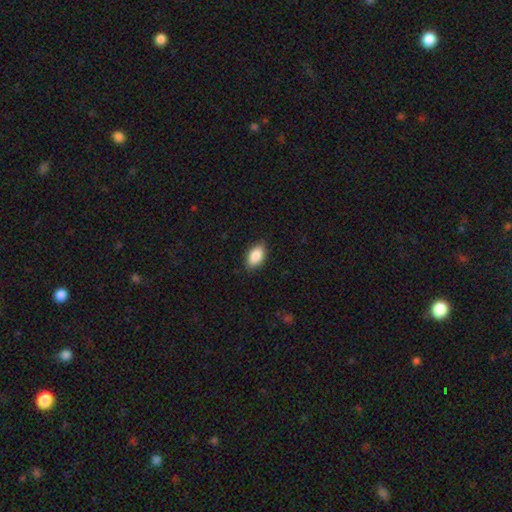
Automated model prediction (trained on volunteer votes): A smooth galaxy with no disk features (87%) that is in between round and cigar-shaped (93%).

Vote fractions:
- Smooth or featured? smooth: 87% / star or artifact: 7% / featured or disk: 6%
- How rounded? in between: 93% / round: 4% / cigar-shaped: 3%
- Merging? none: 86% / minor disturbance: 11% / major disturbance: 2% / merger: 1%